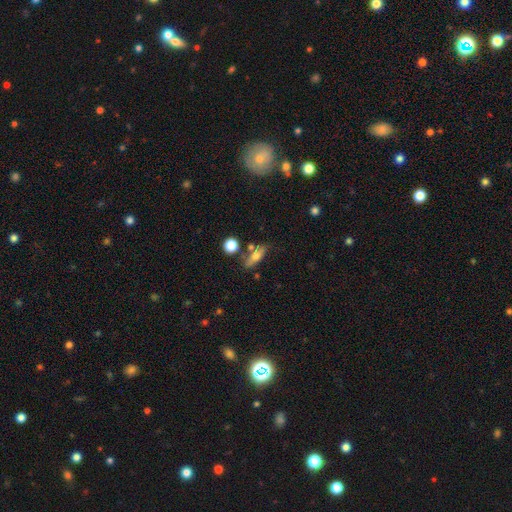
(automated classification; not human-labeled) smooth_or_featured: smooth (p=0.59) [alt: featured or disk p=0.31]
how_rounded: in between (p=0.57) [alt: cigar-shaped p=0.35]
merging: none (p=0.62) [alt: minor disturbance p=0.19]